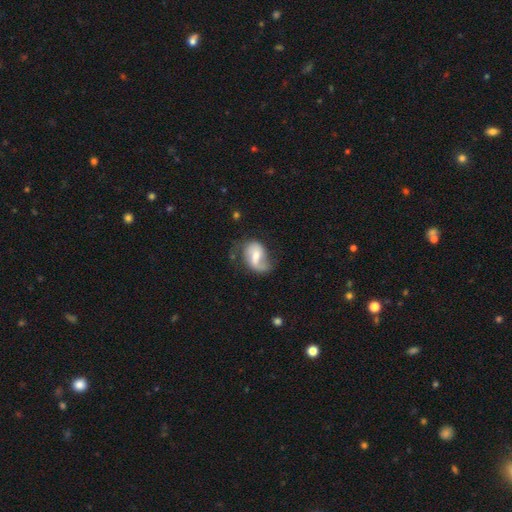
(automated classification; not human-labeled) Smooth or featured: featured or disk — 64% (smooth — 29%)
Edge-on disk: no — 96% (yes — 4%)
Bar: weak — 48% (no — 29%)
Spiral arms: yes — 85% (no — 15%)
Spiral winding: loose — 56% (medium — 32%)
Spiral arm count: 2 — 60% (1 — 31%)
Bulge size: moderate — 54% (small — 34%)
Merging: none — 46% (minor disturbance — 29%)